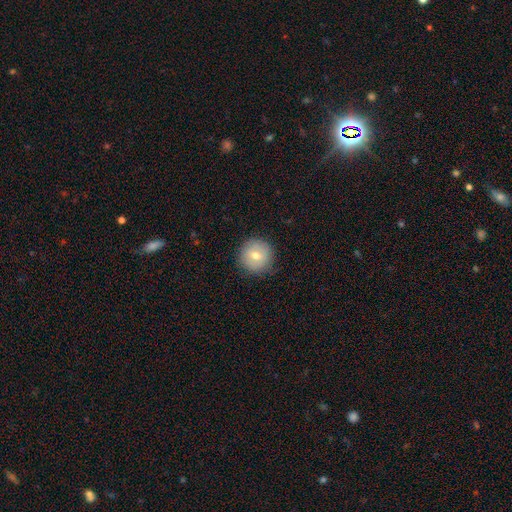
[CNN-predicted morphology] This is likely a smooth galaxy (70%). How rounded: clearly round (95%). Merging: clearly none (88%).